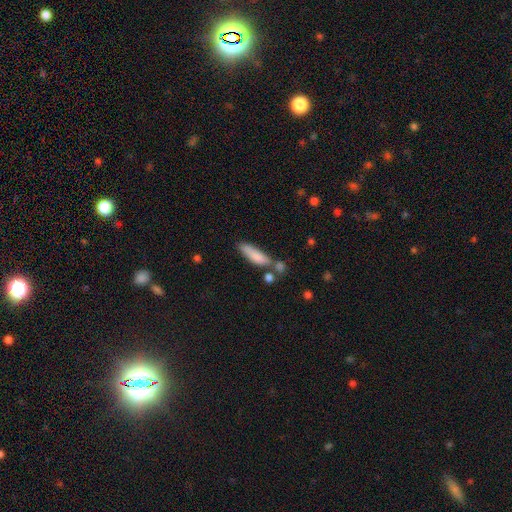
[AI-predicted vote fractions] This appears to be a smooth galaxy with no disk features (82%) that is cigar-shaped (60%). Merging: none (52%).